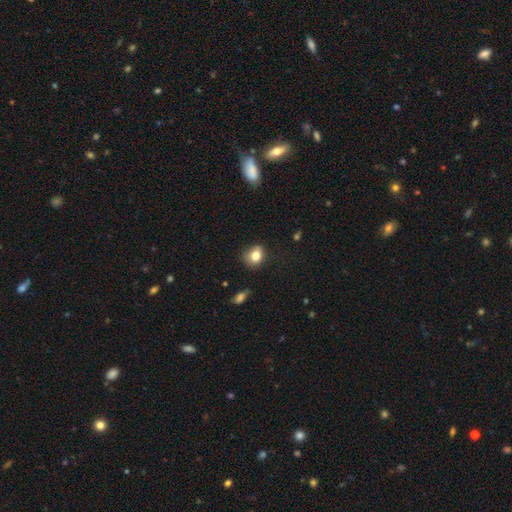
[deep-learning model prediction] A smooth galaxy with no disk features (80%) that is round (58%). Merging: none (66%).